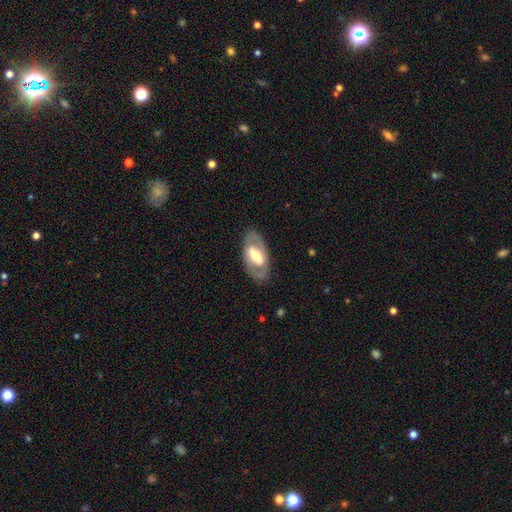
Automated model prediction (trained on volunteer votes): A featured or disk galaxy (63%) with a strong bar (46%), no spiral arms (61%) and a large central bulge (42%).

Vote fractions:
- Smooth or featured? featured or disk: 63% / smooth: 32% / star or artifact: 5%
- Edge-on disk? no: 89% / yes: 11%
- Bar? strong: 46% / weak: 32% / no: 21%
- Spiral arms? no: 61% / yes: 39%
- Bulge size? large: 42% / moderate: 35% / small: 14% / none: 5% / dominant: 4%
- Merging? none: 81% / minor disturbance: 12% / major disturbance: 6% / merger: 1%